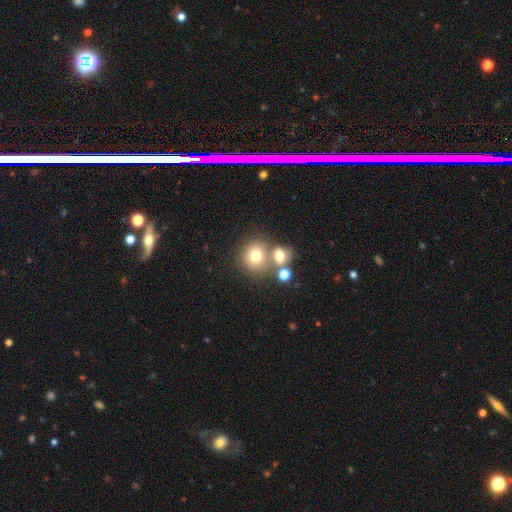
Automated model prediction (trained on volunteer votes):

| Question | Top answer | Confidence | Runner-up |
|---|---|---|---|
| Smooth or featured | smooth | 73% | featured or disk (14%) |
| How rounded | round | 81% | in between (18%) |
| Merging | none | 51% | merger (35%) |